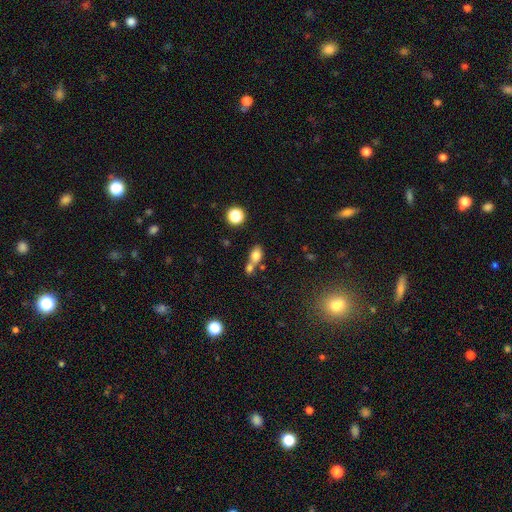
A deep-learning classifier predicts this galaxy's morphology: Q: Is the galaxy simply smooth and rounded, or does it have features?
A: smooth — 77%.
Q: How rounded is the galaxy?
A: in between — 71%.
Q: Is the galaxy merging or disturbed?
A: merger — 51%.